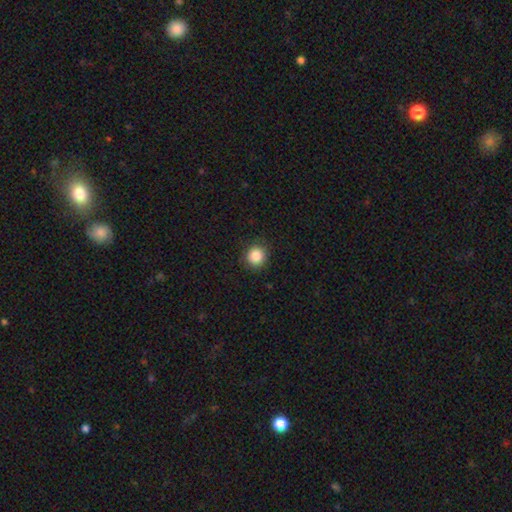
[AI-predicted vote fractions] Overall: smooth (86%). How rounded: round (92%). Merging: none (89%).